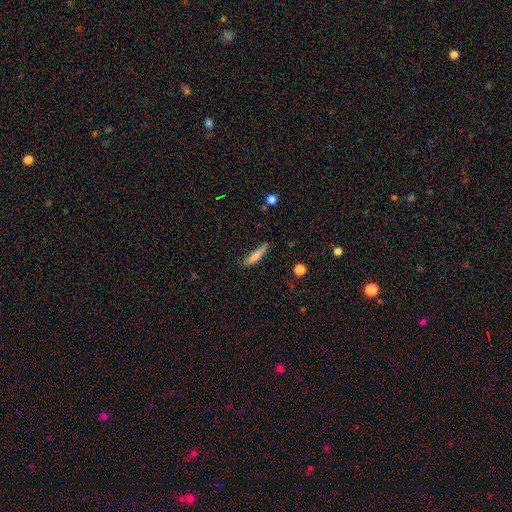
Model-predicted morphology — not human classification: smooth_or_featured: smooth (p=0.75) [alt: featured or disk p=0.18]
how_rounded: cigar-shaped (p=0.84) [alt: in between p=0.15]
merging: none (p=0.68) [alt: minor disturbance p=0.25]